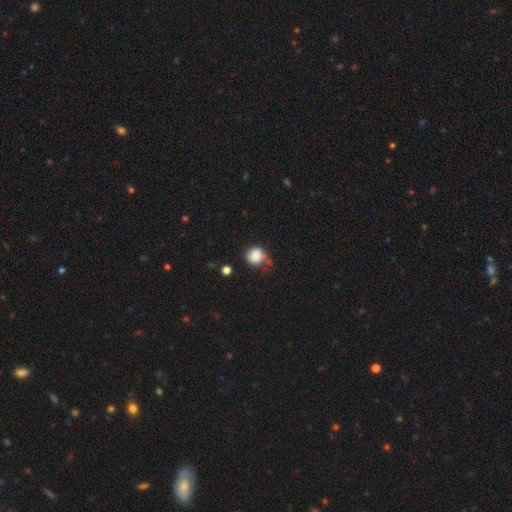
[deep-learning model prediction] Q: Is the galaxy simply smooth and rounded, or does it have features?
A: smooth — 85%.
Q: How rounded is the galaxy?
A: round — 85%.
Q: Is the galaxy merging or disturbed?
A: none — 49%.